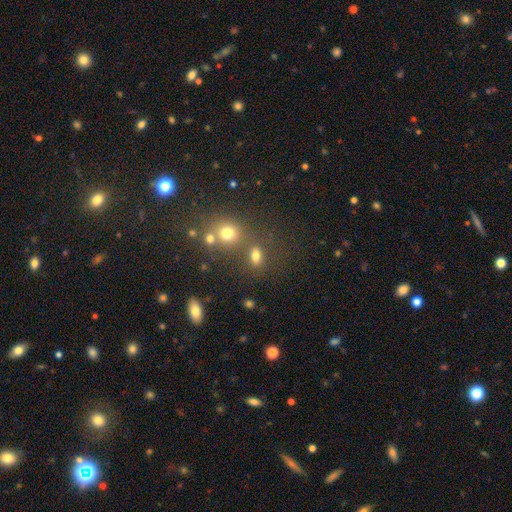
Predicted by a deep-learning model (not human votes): Smooth or featured?
  - smooth: 73% *
  - star or artifact: 18%
  - featured or disk: 9%
How rounded?
  - in between: 69% *
  - round: 28%
  - cigar-shaped: 4%
Merging?
  - none: 62% *
  - merger: 20%
  - minor disturbance: 11%
  - major disturbance: 6%